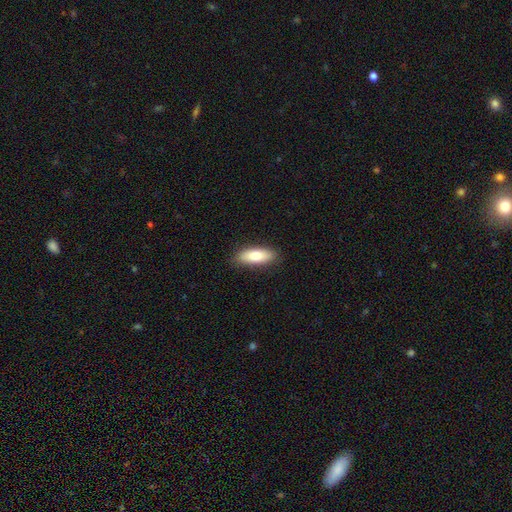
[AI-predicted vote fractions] This appears to be a smooth galaxy with no disk features (80%) that is in between round and cigar-shaped (67%). Merging: none (87%).